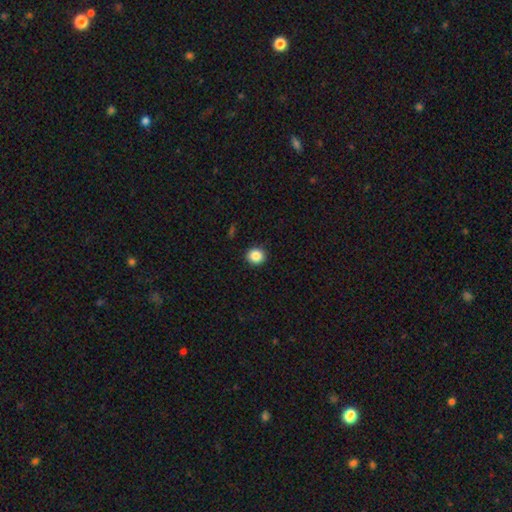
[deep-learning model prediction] Q: Smooth or featured?
A: smooth (87%); runner-up: star or artifact (10%)
Q: How rounded?
A: round (87%); runner-up: in between (12%)
Q: Merging?
A: none (91%); runner-up: minor disturbance (6%)